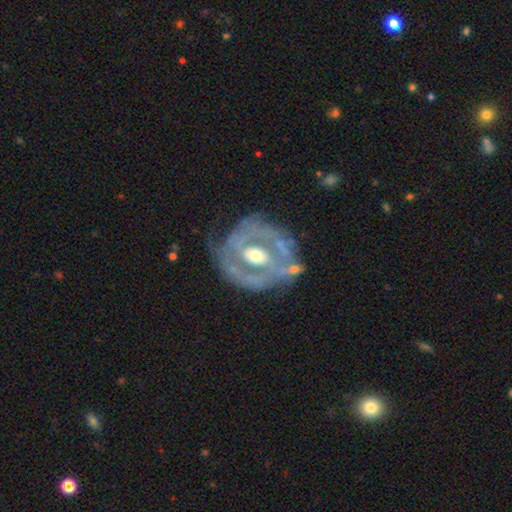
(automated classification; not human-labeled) Smooth or featured: featured or disk — 80% (smooth — 14%)
Edge-on disk: no — 96% (yes — 4%)
Bar: no — 52% (weak — 31%)
Spiral arms: yes — 61% (no — 39%)
Bulge size: moderate — 71% (small — 19%)
Merging: none — 57% (minor disturbance — 23%)